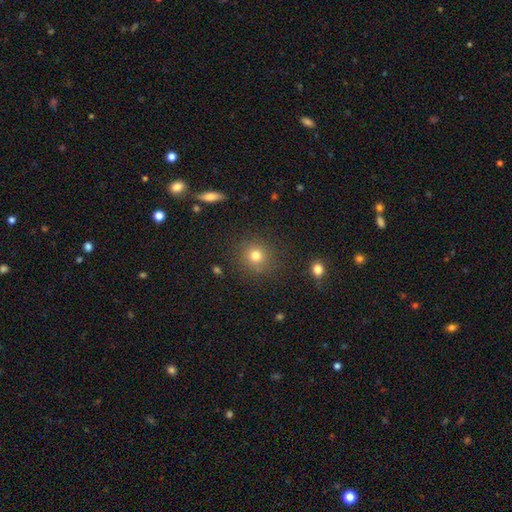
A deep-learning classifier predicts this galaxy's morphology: type=smooth (77%); roundness=round (90%); merging=none (85%).